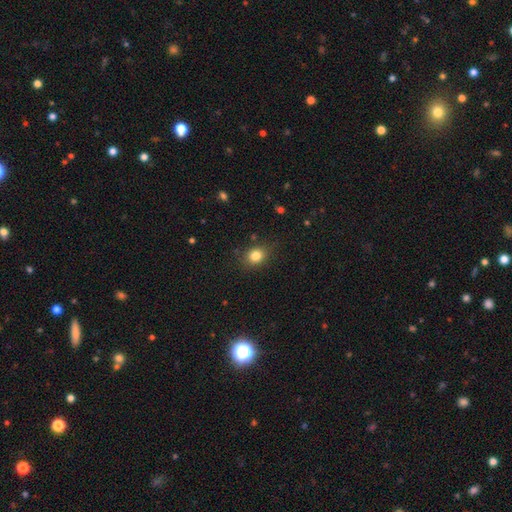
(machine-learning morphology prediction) smooth_or_featured: smooth (p=0.82) [alt: star or artifact p=0.12]
how_rounded: round (p=0.60) [alt: in between p=0.39]
merging: none (p=0.80) [alt: minor disturbance p=0.15]